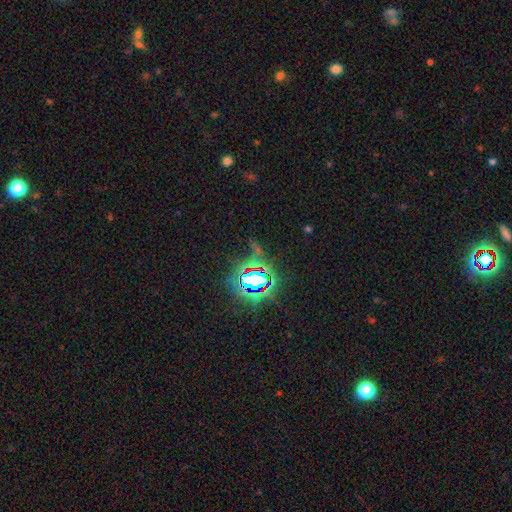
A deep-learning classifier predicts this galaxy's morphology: Q: Smooth or featured?
A: star or artifact (80%); runner-up: smooth (12%)